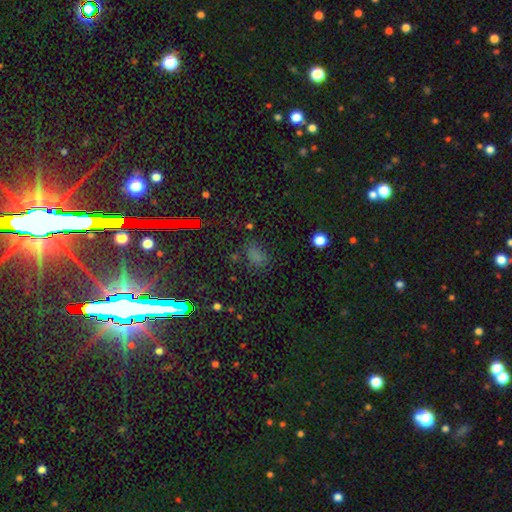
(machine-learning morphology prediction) Smooth or featured? Predicted: smooth (p=0.56). How rounded? Predicted: in between (p=0.76). Merging? Predicted: none (p=0.67).